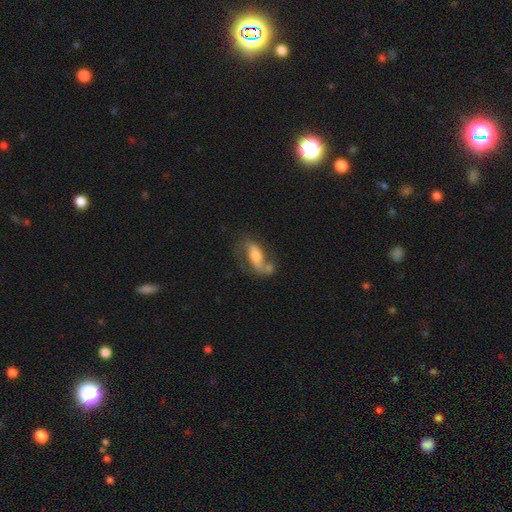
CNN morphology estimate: The model was most divided on "smooth or featured": featured or disk: 48%, smooth: 43%, star or artifact: 9%. Remaining: merging — none (38%).